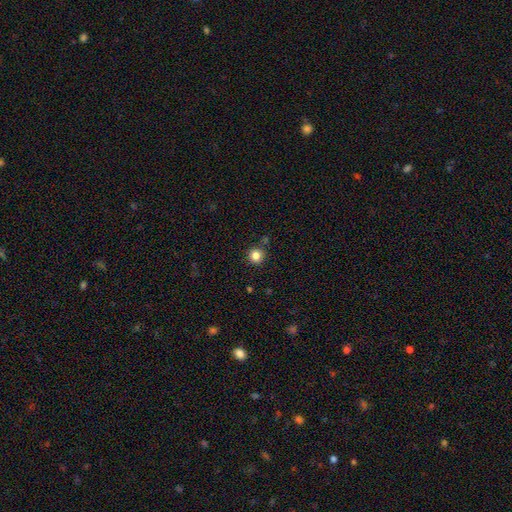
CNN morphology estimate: smooth 84%, star or artifact 11%, featured or disk 4%. Down the decision tree: how rounded — round (94%); merging — none (86%).